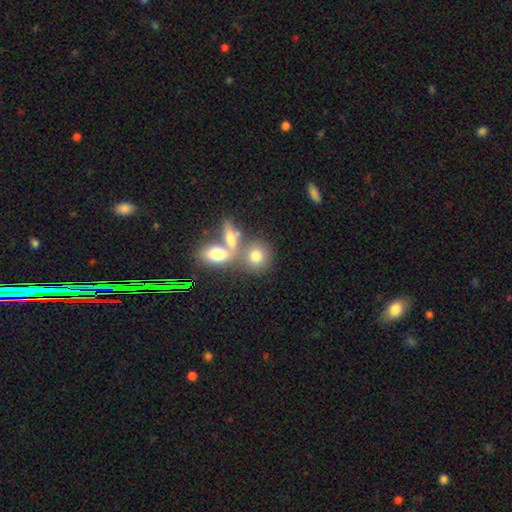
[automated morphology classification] Q: Smooth or featured?
A: smooth (75%); runner-up: featured or disk (15%)
Q: How rounded?
A: round (64%); runner-up: in between (34%)
Q: Merging?
A: none (43%); tied with: merger (43%)